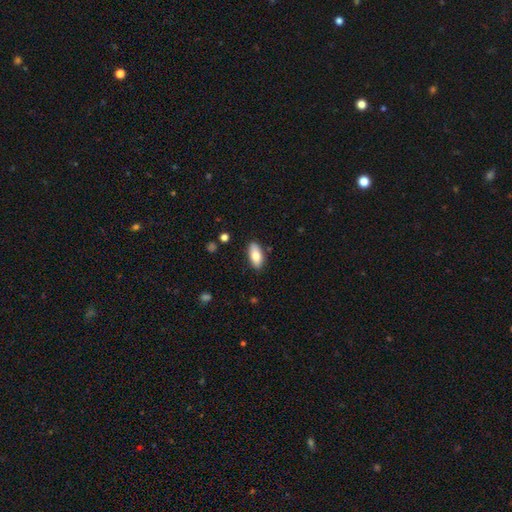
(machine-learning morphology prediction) Smooth or featured? Predicted: smooth (p=0.80). How rounded? Predicted: in between (p=0.88). Merging? Predicted: none (p=0.85).